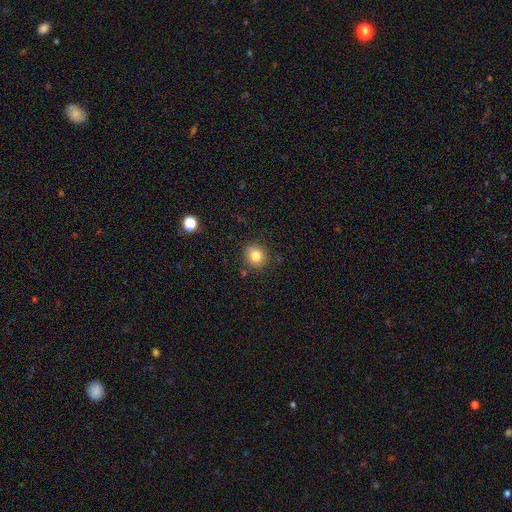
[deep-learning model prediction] Q: Smooth or featured?
A: smooth (82%); runner-up: star or artifact (11%)
Q: How rounded?
A: round (79%); runner-up: in between (20%)
Q: Merging?
A: none (85%); runner-up: minor disturbance (10%)